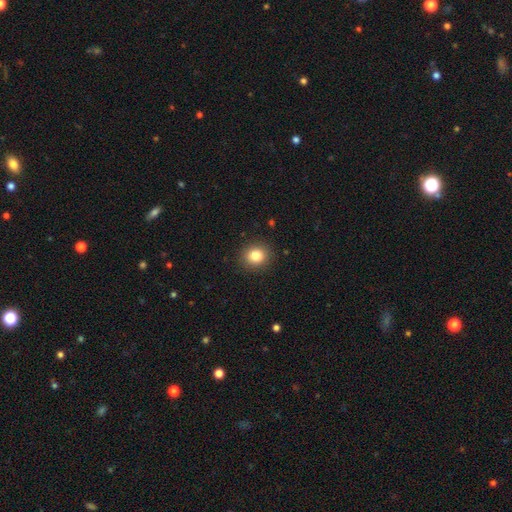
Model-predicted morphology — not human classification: smooth-or-featured: smooth: 84% | star or artifact: 10% | featured or disk: 6%
  how-rounded: round: 75% | in between: 24% | cigar-shaped: 1%
  merging: none: 90% | minor disturbance: 7% | major disturbance: 2% | merger: 1%